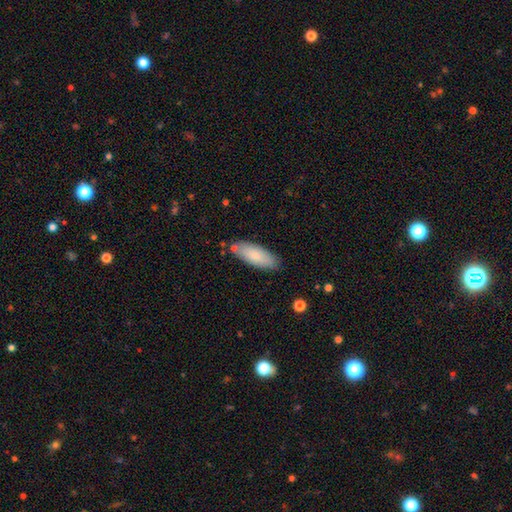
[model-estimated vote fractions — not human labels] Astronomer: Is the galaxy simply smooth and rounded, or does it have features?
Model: smooth — 80%.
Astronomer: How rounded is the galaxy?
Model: in between — 75%.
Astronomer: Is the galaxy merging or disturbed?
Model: none — 81%.